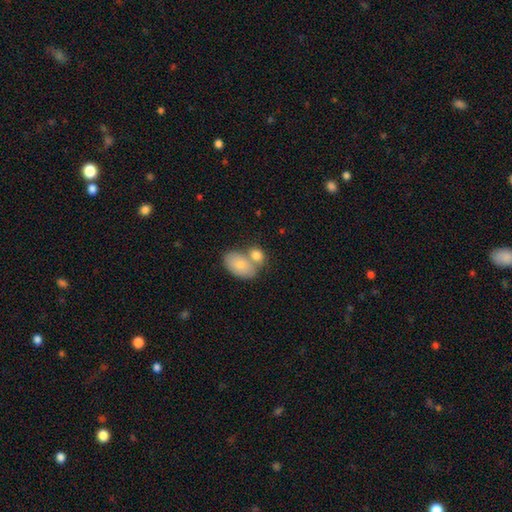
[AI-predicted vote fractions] smooth_or_featured: smooth (p=0.58) [alt: featured or disk p=0.25]
how_rounded: in between (p=0.75) [alt: round p=0.22]
merging: none (p=0.50) [alt: merger p=0.33]